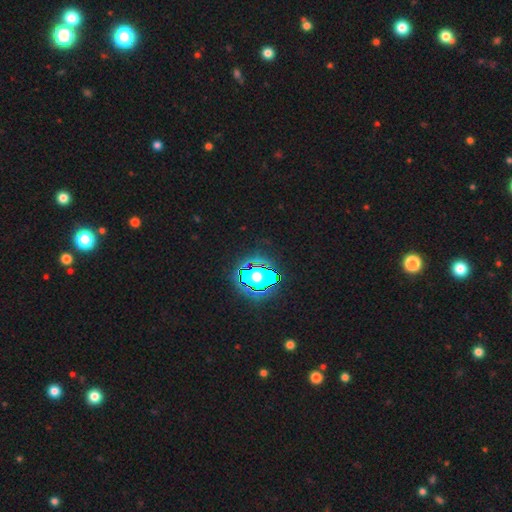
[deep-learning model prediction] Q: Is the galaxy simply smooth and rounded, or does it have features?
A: star or artifact — 82%.